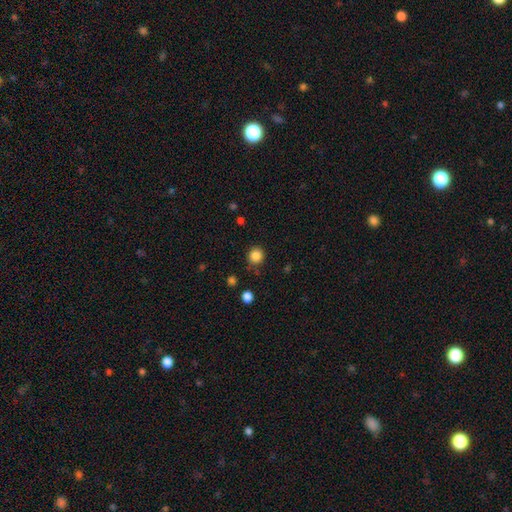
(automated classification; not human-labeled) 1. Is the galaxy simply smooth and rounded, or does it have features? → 85% smooth, 12% star or artifact, 4% featured or disk.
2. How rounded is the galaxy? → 92% round, 7% in between, 1% cigar-shaped.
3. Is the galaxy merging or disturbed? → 85% none, 9% minor disturbance, 3% major disturbance, 3% merger.